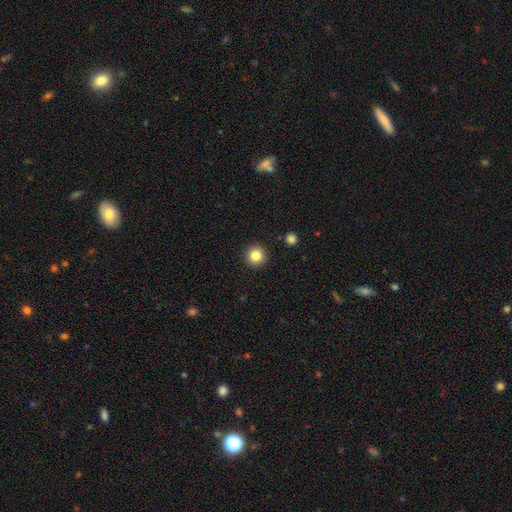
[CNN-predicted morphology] smooth 84%, star or artifact 10%, featured or disk 6%. Down the decision tree: how rounded — round (95%); merging — none (92%).